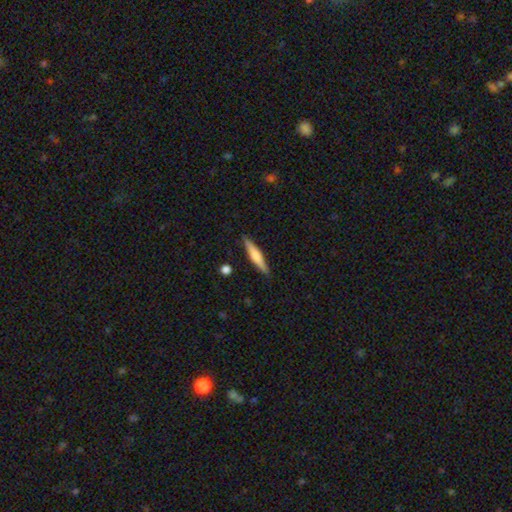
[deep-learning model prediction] smooth 53%, featured or disk 41%, star or artifact 6%. Down the decision tree: how rounded — cigar-shaped (90%); merging — none (89%).